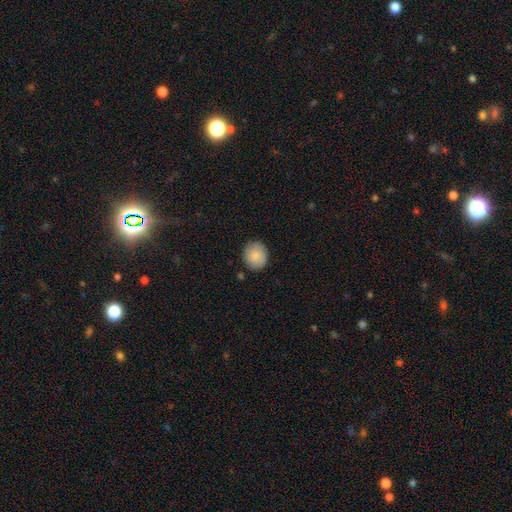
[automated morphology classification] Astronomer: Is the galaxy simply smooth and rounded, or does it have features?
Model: smooth — 87%.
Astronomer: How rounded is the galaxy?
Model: round — 80%.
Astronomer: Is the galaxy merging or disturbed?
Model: none — 86%.